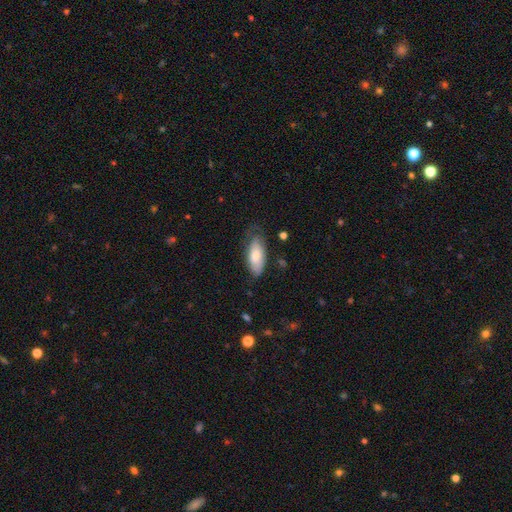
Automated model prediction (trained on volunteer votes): Smooth or featured? Predicted: smooth (p=0.69). How rounded? Predicted: in between (p=0.85). Merging? Predicted: none (p=0.53).